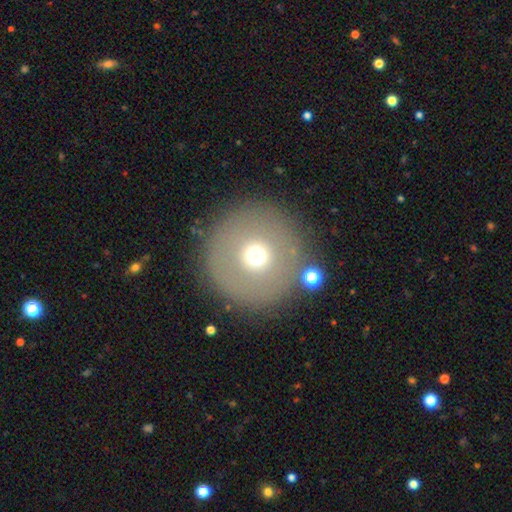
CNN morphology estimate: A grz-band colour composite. It shows a smooth galaxy with no disk features (62%) that is round (95%). Merging: none (81%).